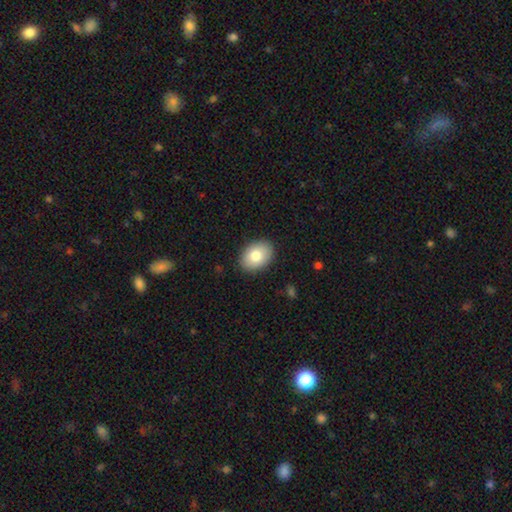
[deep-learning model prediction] Smooth or featured: smooth — 81% (featured or disk — 12%)
How rounded: in between — 79% (round — 20%)
Merging: none — 89% (minor disturbance — 8%)